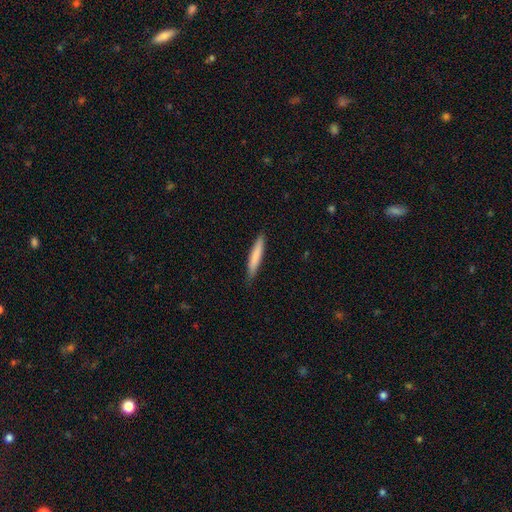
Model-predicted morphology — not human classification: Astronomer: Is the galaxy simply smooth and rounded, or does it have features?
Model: smooth — 79%.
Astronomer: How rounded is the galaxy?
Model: cigar-shaped — 92%.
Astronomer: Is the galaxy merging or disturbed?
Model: none — 86%.